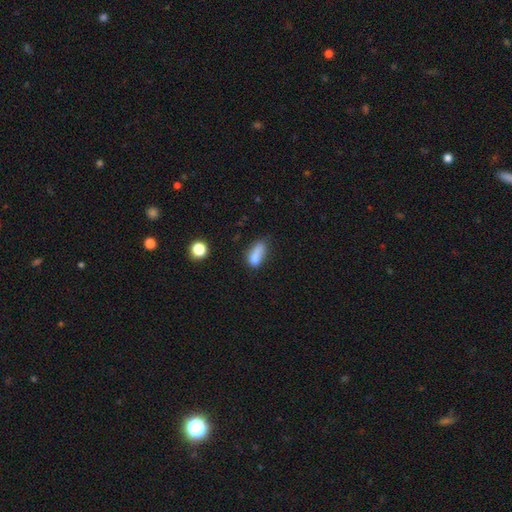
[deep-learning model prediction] Smooth or featured? smooth (77%)
How rounded? in between (76%)
Merging? none (38%)